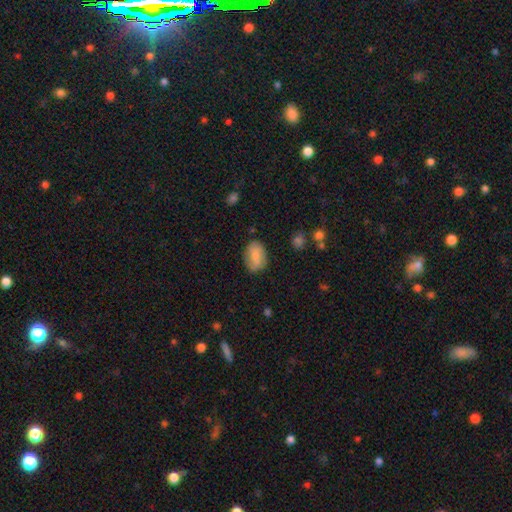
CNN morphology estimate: A smooth galaxy with no disk features (79%) that is in between round and cigar-shaped (85%).

Vote fractions:
- Smooth or featured? smooth: 79% / featured or disk: 13% / star or artifact: 7%
- How rounded? in between: 85% / round: 13% / cigar-shaped: 2%
- Merging? none: 77% / minor disturbance: 17% / major disturbance: 4% / merger: 2%